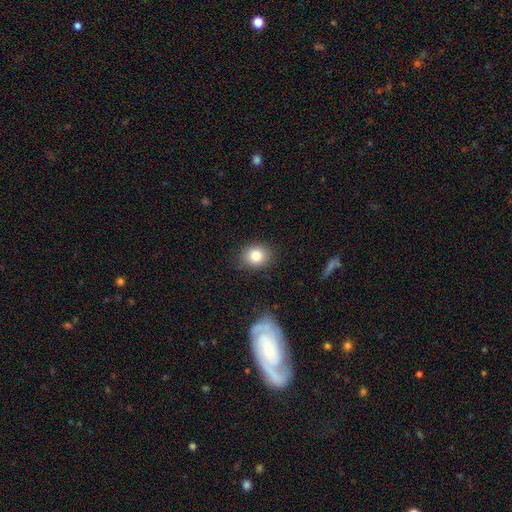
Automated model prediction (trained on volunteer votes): Smooth or featured? Predicted: smooth (p=0.81). How rounded? Predicted: round (p=0.64). Merging? Predicted: none (p=0.87).